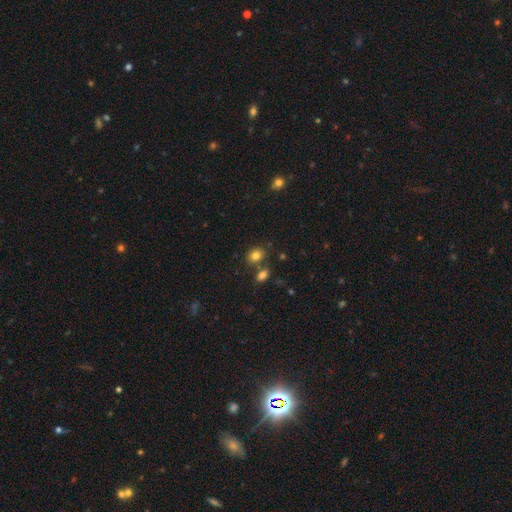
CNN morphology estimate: A smooth galaxy with no disk features (80%) that is round (50%). Merging: none (68%).